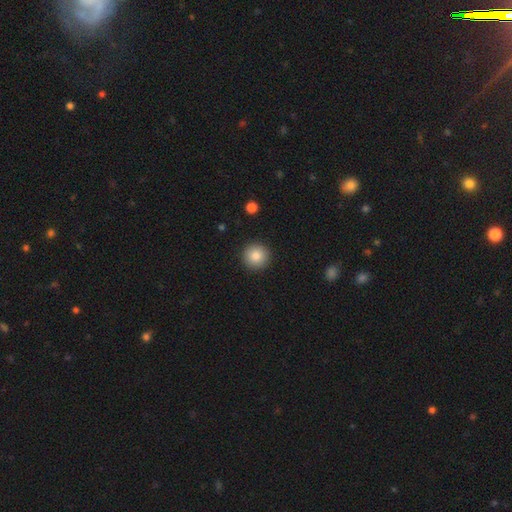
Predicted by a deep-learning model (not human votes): This appears to be a smooth galaxy with no disk features (85%) that is round (95%). Merging: none (92%).